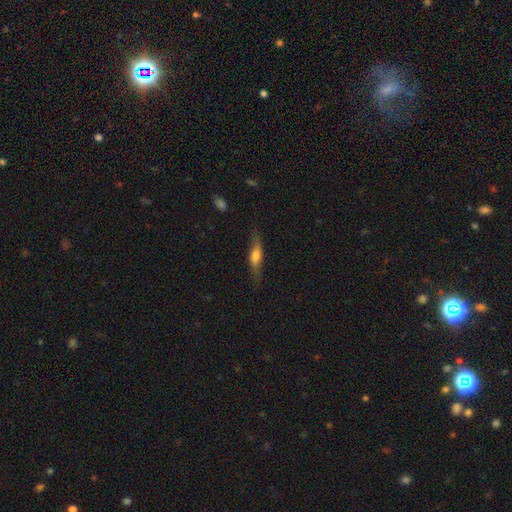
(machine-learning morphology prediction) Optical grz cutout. It shows a smooth galaxy with no disk features (53%) that is cigar-shaped (61%). Merging: none (72%).